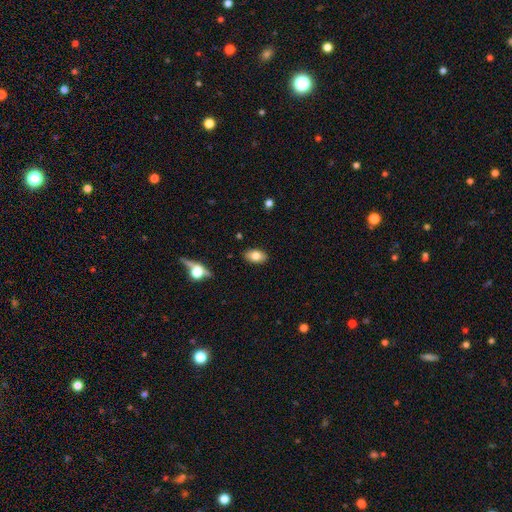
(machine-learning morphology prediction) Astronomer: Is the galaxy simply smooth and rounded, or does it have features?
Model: smooth — 78%.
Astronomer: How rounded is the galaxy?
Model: in between — 90%.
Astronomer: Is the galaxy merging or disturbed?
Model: none — 88%.